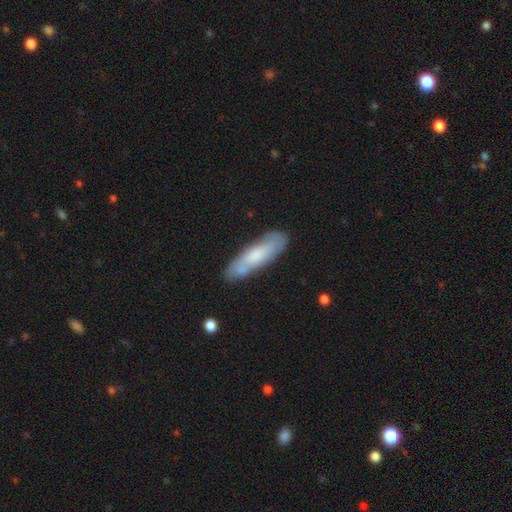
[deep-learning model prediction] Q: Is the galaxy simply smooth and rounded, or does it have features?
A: smooth — 52%.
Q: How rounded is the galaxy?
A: cigar-shaped — 64%.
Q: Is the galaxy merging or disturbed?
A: none — 76%.